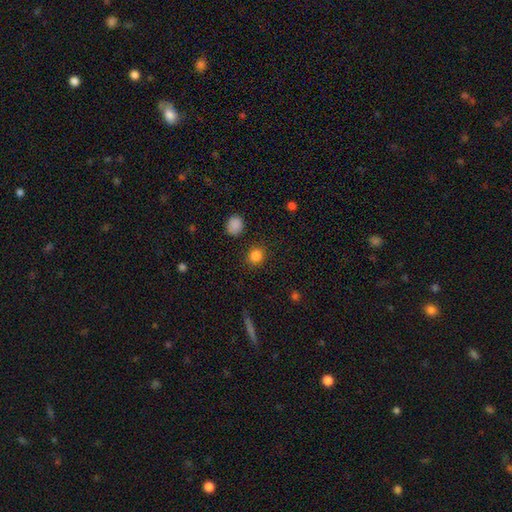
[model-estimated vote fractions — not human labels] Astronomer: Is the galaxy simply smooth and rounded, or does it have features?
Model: smooth — 85%.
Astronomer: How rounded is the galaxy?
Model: round — 85%.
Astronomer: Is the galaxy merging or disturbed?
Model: none — 88%.